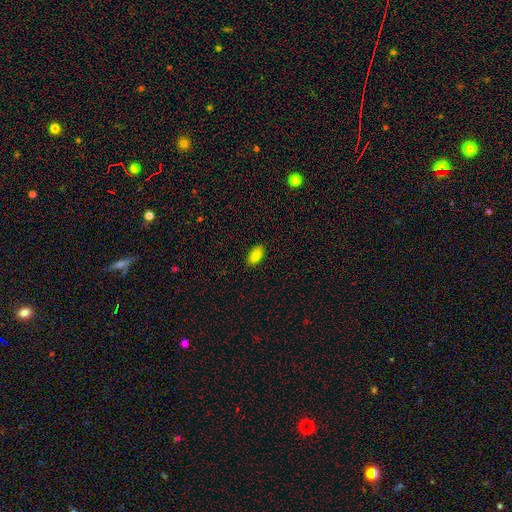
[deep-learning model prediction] Q: Smooth or featured?
A: smooth (87%); runner-up: star or artifact (9%)
Q: How rounded?
A: in between (93%); runner-up: cigar-shaped (4%)
Q: Merging?
A: none (88%); runner-up: minor disturbance (9%)